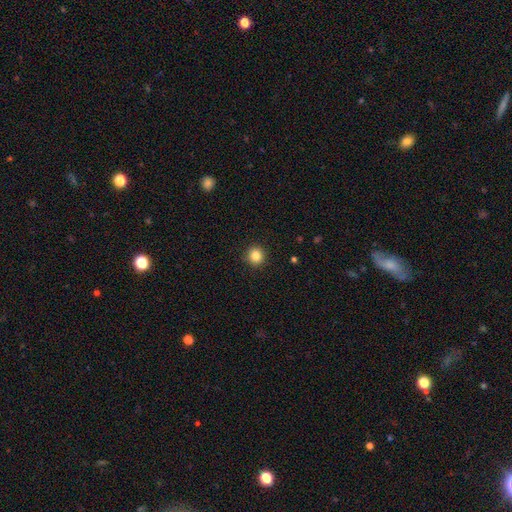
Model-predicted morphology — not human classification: This is clearly a smooth galaxy (84%). How rounded: clearly round (93%). Merging: clearly none (92%).